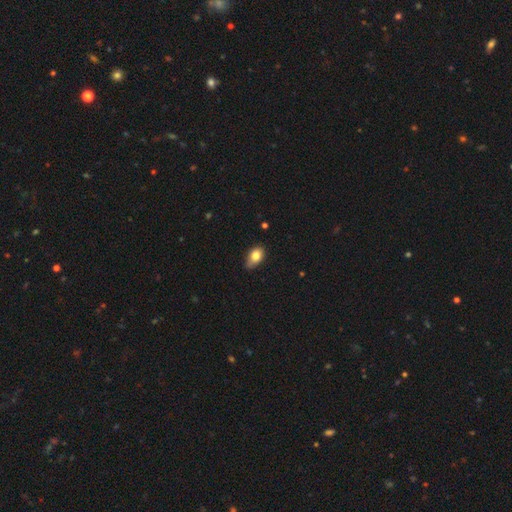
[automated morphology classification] smooth 79%, featured or disk 12%, star or artifact 9%. Down the decision tree: how rounded — in between (84%); merging — none (54%).